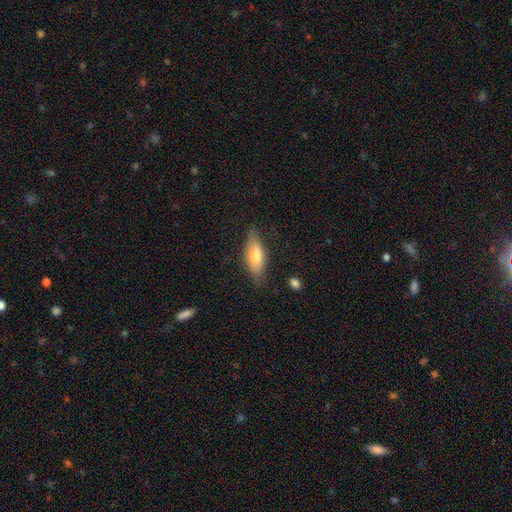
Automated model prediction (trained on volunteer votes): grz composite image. It shows a smooth galaxy with no disk features (65%) that is in between round and cigar-shaped (59%). Merging: none (77%).